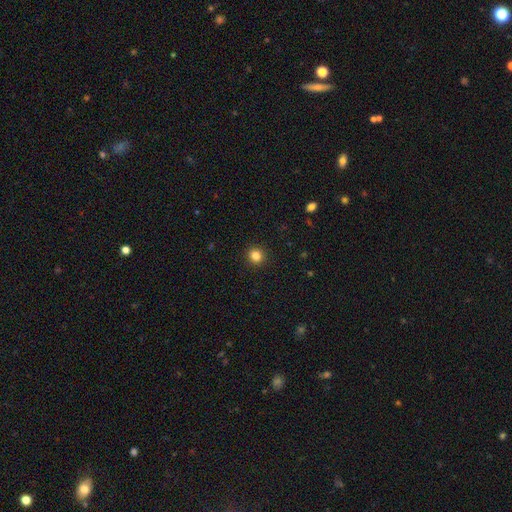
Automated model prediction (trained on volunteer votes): Smooth or featured: smooth — 84% (star or artifact — 12%)
How rounded: round — 91% (in between — 8%)
Merging: none — 93% (minor disturbance — 5%)